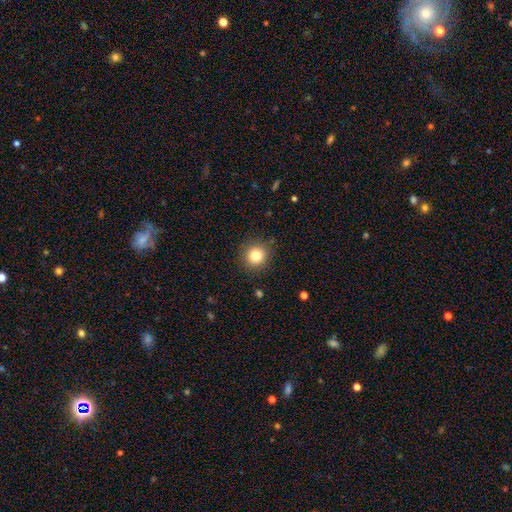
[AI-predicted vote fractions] Smooth or featured: smooth — 81% (star or artifact — 12%)
How rounded: round — 91% (in between — 8%)
Merging: none — 88% (minor disturbance — 8%)